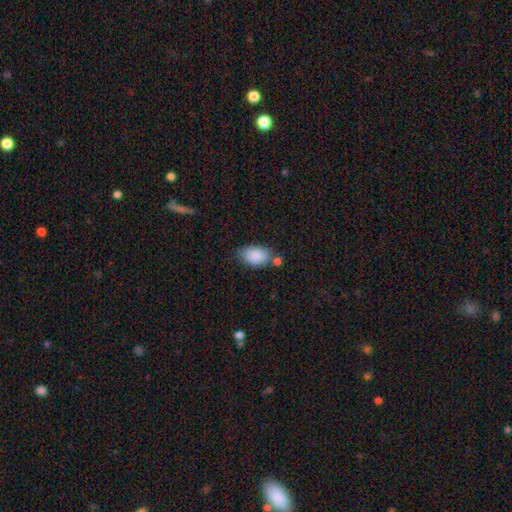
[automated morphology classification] type=smooth (88%); roundness=in between (91%); merging=none (60%).